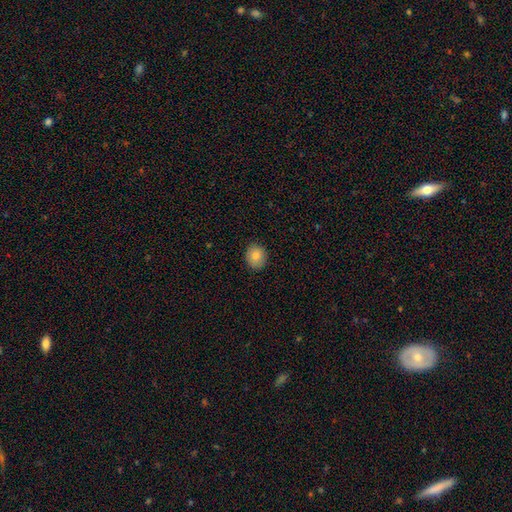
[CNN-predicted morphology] Smooth or featured? smooth (83%)
How rounded? round (70%)
Merging? none (89%)